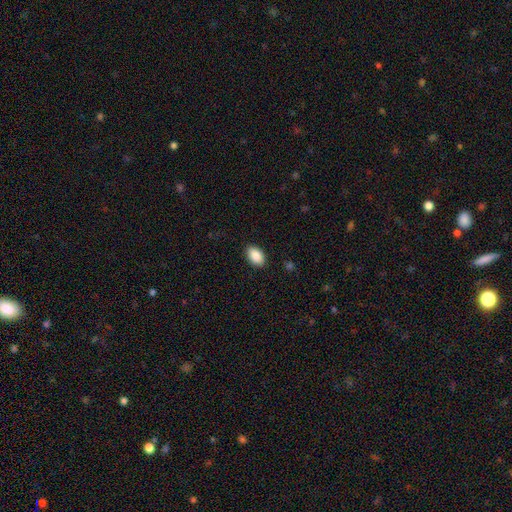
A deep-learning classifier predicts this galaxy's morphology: smooth-or-featured: smooth: 89% | star or artifact: 7% | featured or disk: 4%
  how-rounded: in between: 91% | round: 8% | cigar-shaped: 1%
  merging: none: 89% | minor disturbance: 8% | major disturbance: 2% | merger: 1%